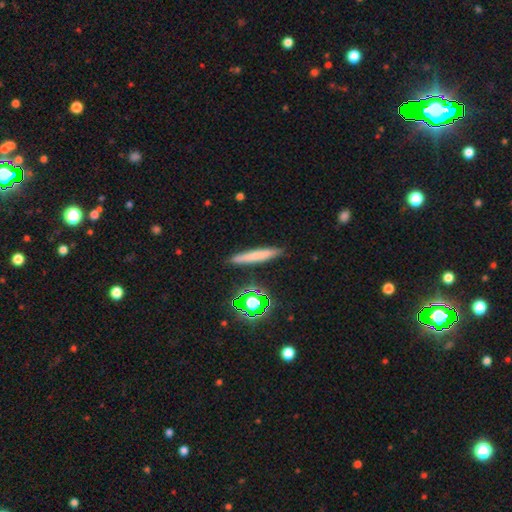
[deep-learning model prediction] A smooth galaxy with no disk features (64%) that is cigar-shaped (92%).

Vote fractions:
- Smooth or featured? smooth: 64% / featured or disk: 23% / star or artifact: 13%
- How rounded? cigar-shaped: 92% / in between: 5% / round: 3%
- Merging? none: 88% / minor disturbance: 8% / merger: 2% / major disturbance: 2%